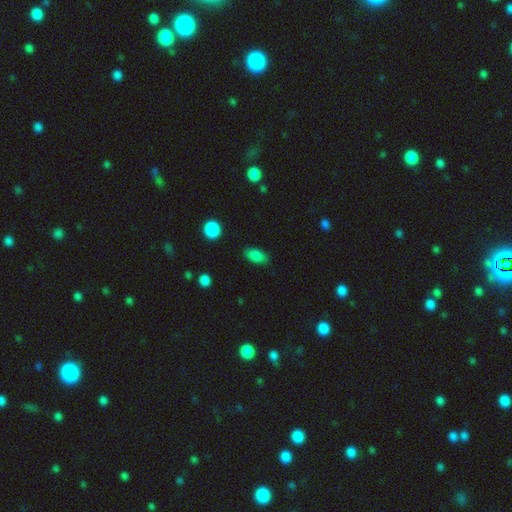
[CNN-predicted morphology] Smooth or featured? smooth (86%)
How rounded? in between (90%)
Merging? none (84%)